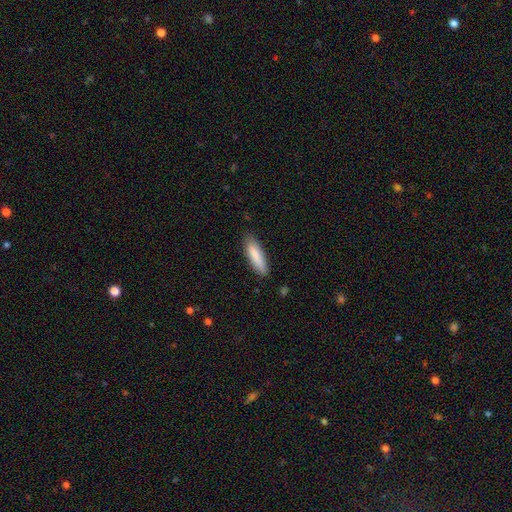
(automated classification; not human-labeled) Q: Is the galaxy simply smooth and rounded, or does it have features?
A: smooth — 84%.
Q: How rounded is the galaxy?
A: cigar-shaped — 62%.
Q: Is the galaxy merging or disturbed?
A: none — 81%.